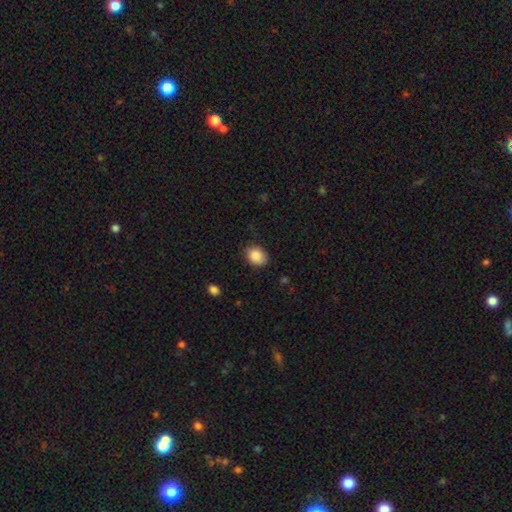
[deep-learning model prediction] Smooth or featured: smooth — 87% (star or artifact — 8%)
How rounded: in between — 59% (round — 40%)
Merging: none — 81% (minor disturbance — 15%)